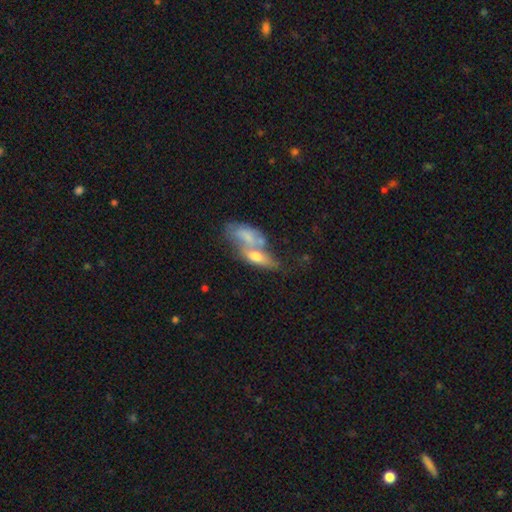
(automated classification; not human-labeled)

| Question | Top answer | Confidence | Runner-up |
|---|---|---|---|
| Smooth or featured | smooth | 57% | featured or disk (36%) |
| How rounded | in between | 75% | cigar-shaped (19%) |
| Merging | merger | 62% | none (20%) |